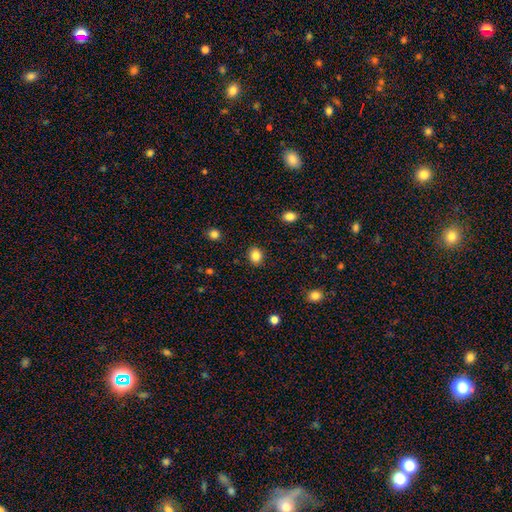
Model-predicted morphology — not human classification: This is clearly a smooth galaxy (85%). How rounded: likely round (61%). Merging: clearly none (89%).